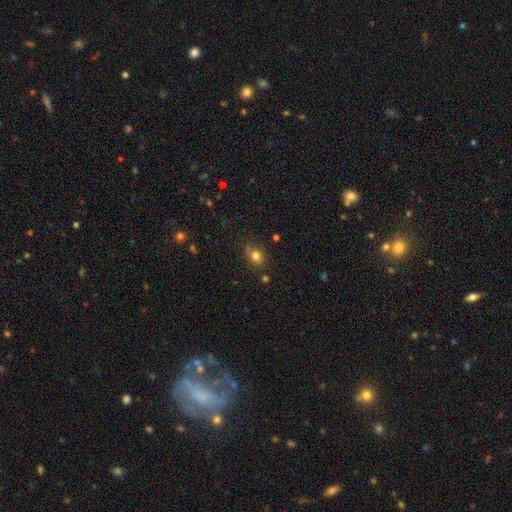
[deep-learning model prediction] Smooth or featured? Predicted: smooth (p=0.76). How rounded? Predicted: in between (p=0.57). Merging? Predicted: none (p=0.68).